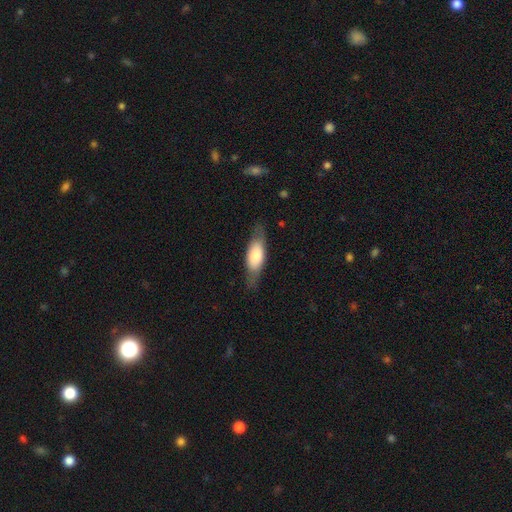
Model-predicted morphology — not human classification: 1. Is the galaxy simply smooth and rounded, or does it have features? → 67% smooth, 27% featured or disk, 6% star or artifact.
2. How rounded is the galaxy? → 65% in between, 33% cigar-shaped, 2% round.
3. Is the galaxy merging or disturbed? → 77% none, 17% minor disturbance, 6% major disturbance, 1% merger.